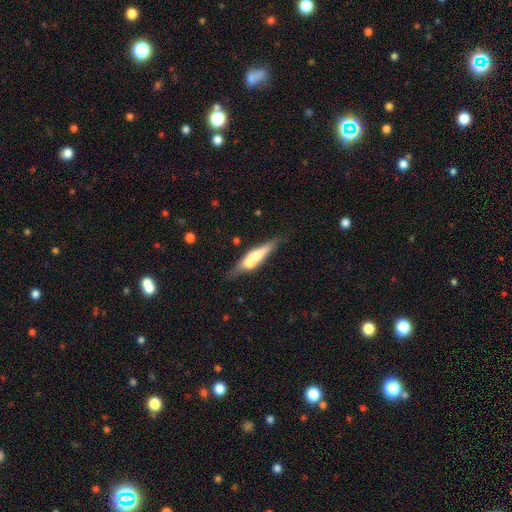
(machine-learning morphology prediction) type=featured or disk (48%); merging=none (55%).